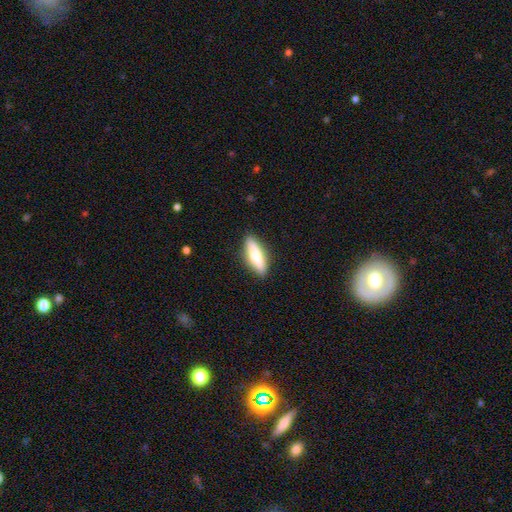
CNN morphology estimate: type=smooth (71%); roundness=cigar-shaped (57%); merging=none (89%).